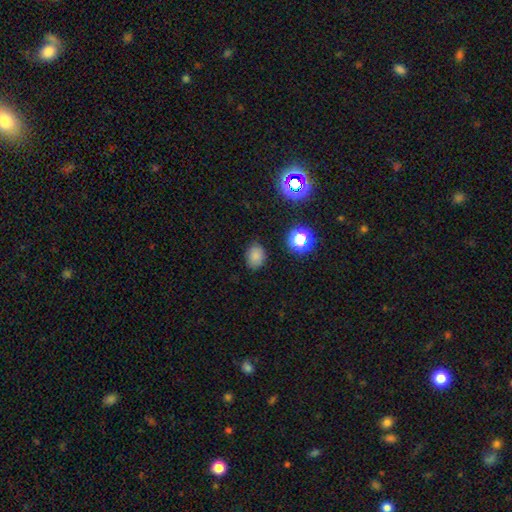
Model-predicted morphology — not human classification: Overall: smooth (78%). How rounded: in between (57%; round 43%). Merging: none (81%).